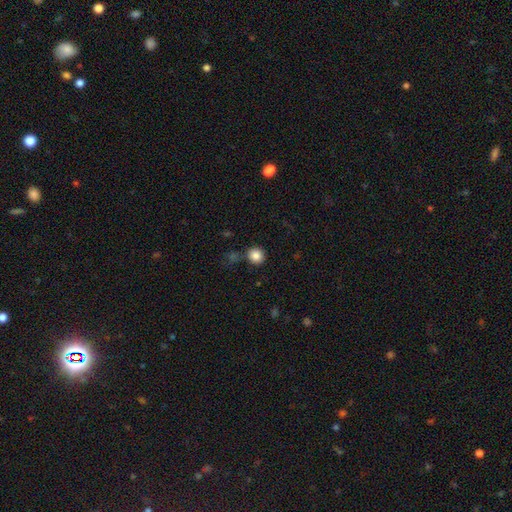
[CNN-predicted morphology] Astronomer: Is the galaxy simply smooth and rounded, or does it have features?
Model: smooth — 85%.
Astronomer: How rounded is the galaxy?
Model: round — 91%.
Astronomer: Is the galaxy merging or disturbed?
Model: none — 82%.